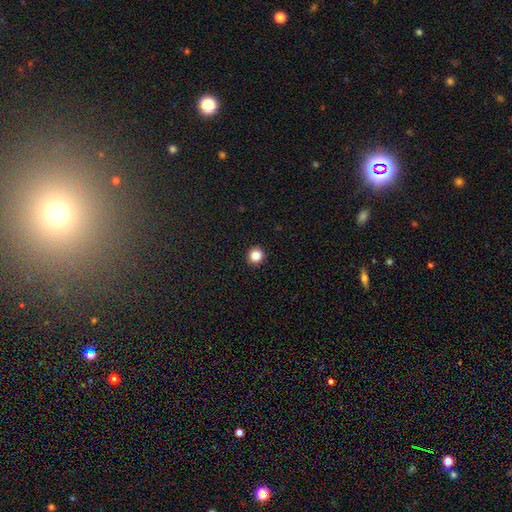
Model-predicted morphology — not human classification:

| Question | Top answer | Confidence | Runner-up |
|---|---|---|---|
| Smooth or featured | smooth | 85% | star or artifact (11%) |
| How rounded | round | 95% | in between (4%) |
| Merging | none | 93% | minor disturbance (4%) |